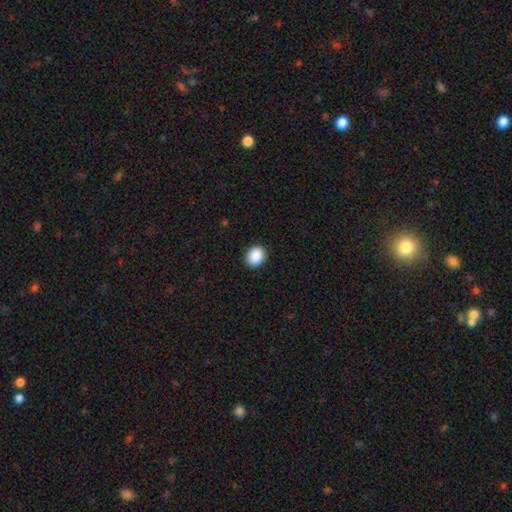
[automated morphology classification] Smooth or featured? Predicted: smooth (p=0.89). How rounded? Predicted: round (p=0.61). Merging? Predicted: none (p=0.91).